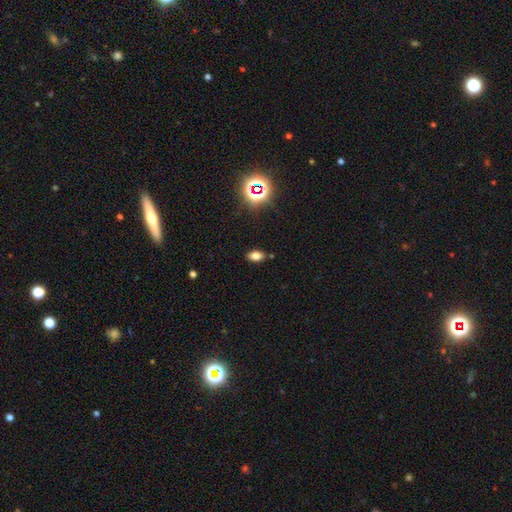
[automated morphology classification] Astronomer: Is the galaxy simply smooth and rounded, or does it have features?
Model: smooth — 74%.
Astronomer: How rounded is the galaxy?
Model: in between — 89%.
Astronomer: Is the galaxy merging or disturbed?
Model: none — 85%.